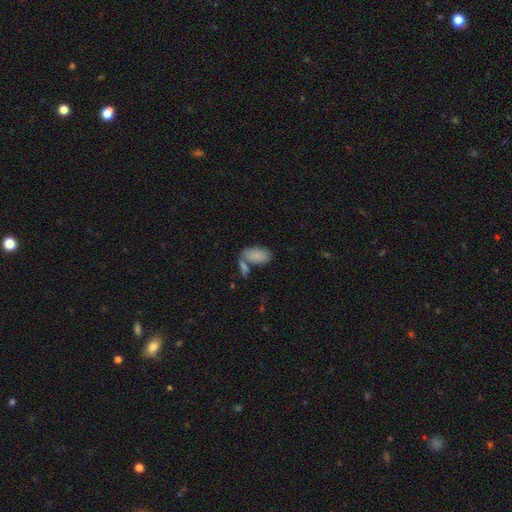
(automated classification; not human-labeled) smooth-or-featured: smooth: 84% | featured or disk: 9% | star or artifact: 7%
  how-rounded: in between: 94% | round: 4% | cigar-shaped: 3%
  merging: none: 48% | merger: 32% | minor disturbance: 15% | major disturbance: 5%